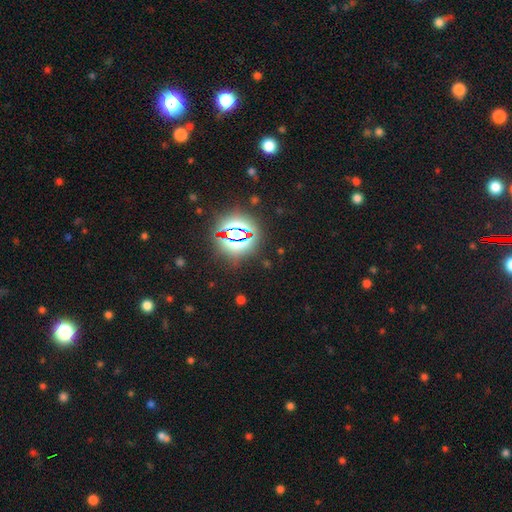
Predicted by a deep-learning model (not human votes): smooth-or-featured: star or artifact: 79% | smooth: 15% | featured or disk: 6%